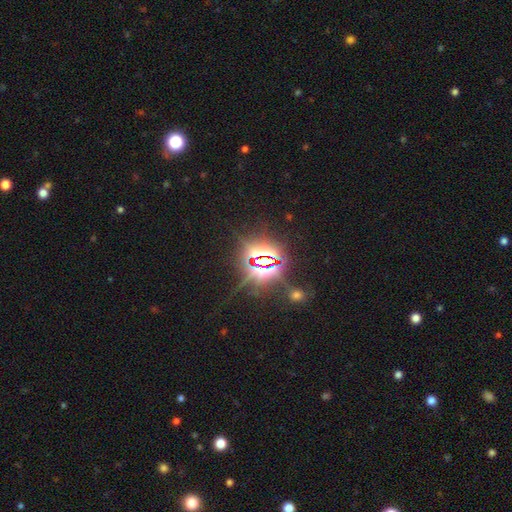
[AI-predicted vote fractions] Q: Smooth or featured?
A: star or artifact (83%); runner-up: smooth (9%)